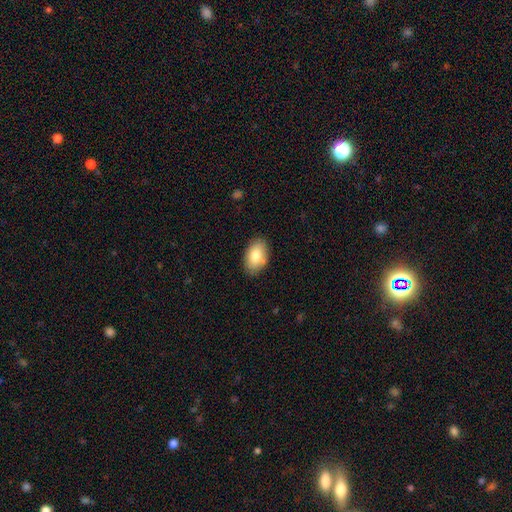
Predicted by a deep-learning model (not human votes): This is clearly a smooth galaxy (80%). How rounded: clearly in between (91%). Merging: clearly none (83%).